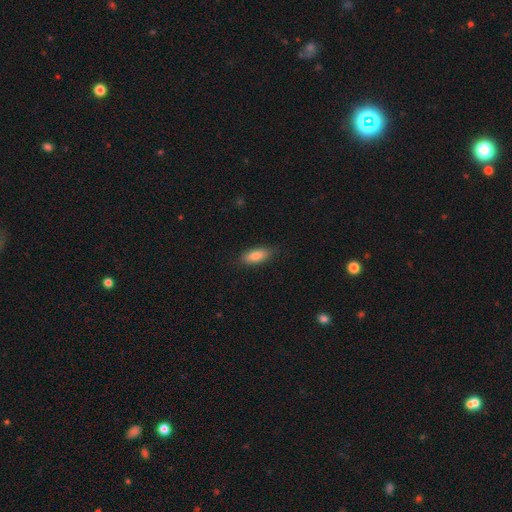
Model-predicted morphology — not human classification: Smooth or featured? smooth (82%)
How rounded? in between (78%)
Merging? none (84%)